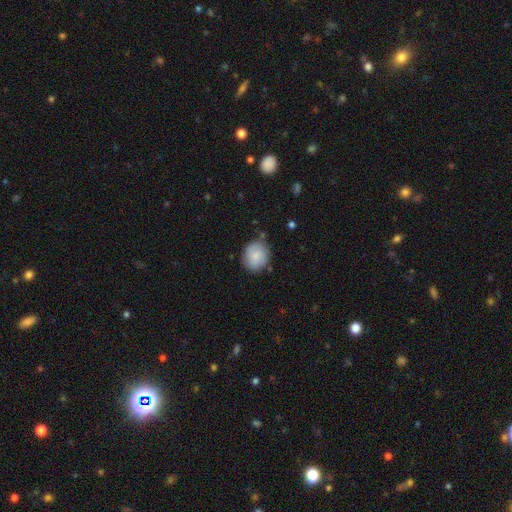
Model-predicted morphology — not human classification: Smooth or featured? Predicted: smooth (p=0.80). How rounded? Predicted: round (p=0.68). Merging? Predicted: none (p=0.76).